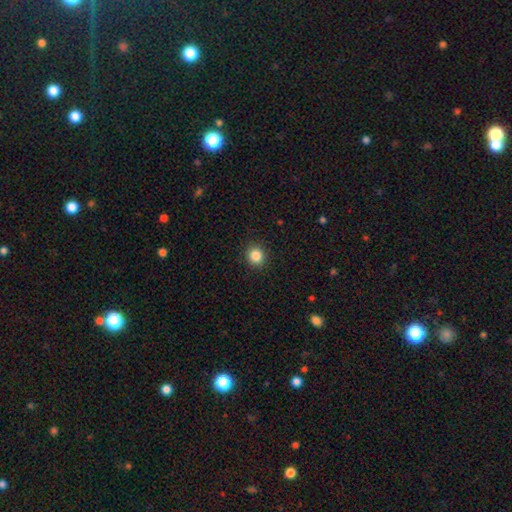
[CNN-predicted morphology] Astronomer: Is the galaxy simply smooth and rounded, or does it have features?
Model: smooth — 85%.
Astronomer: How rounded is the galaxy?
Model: round — 86%.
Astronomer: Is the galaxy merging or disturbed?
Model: none — 91%.